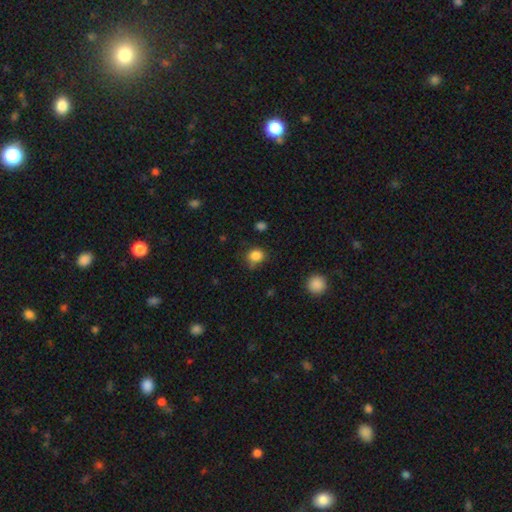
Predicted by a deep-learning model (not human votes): This is clearly a smooth galaxy (84%). How rounded: likely round (75%). Merging: likely none (71%).